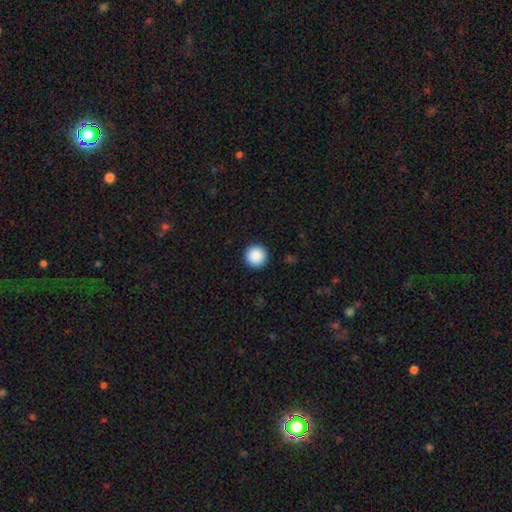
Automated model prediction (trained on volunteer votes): Overall: smooth (89%). How rounded: round (97%). Merging: none (93%).